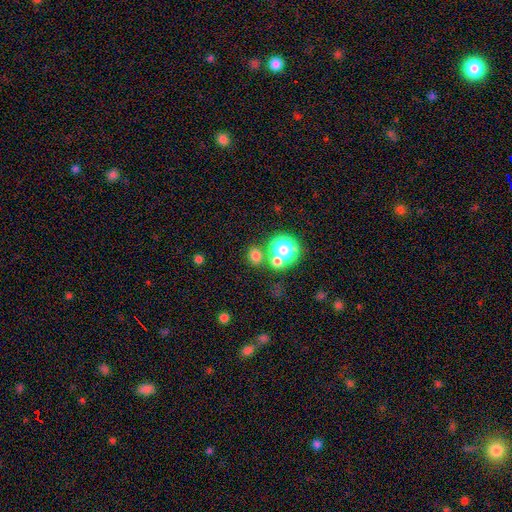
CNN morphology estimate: smooth 69%, star or artifact 24%, featured or disk 7%. Down the decision tree: how rounded — round (74%); merging — none (69%).